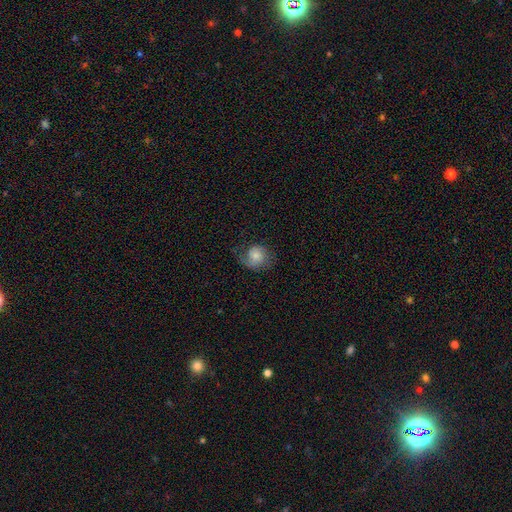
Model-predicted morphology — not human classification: A smooth galaxy with no disk features (56%) that is round (75%). Merging: none (57%).